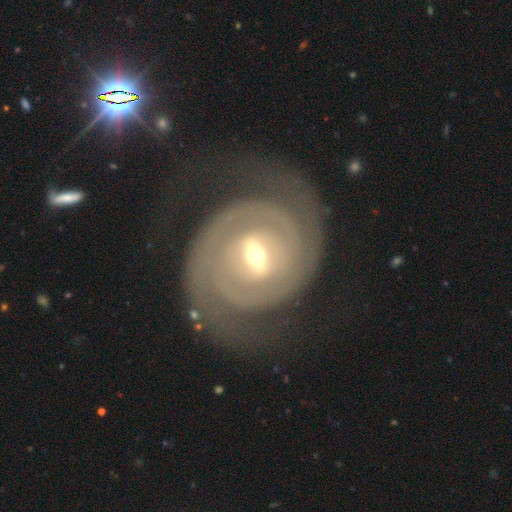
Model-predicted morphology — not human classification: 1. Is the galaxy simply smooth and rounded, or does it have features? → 86% featured or disk, 9% smooth, 5% star or artifact.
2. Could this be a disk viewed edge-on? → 96% no, 4% yes.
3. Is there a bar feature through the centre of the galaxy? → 45% weak, 35% strong, 20% no.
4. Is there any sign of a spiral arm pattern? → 86% yes, 14% no.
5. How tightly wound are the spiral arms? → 71% tight, 20% medium, 9% loose.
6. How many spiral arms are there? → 60% 2, 21% can't tell, 7% 1, 5% 3, 3% 4, 3% more than 4.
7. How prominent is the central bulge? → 61% moderate, 32% small, 5% large, 1% dominant, 1% none.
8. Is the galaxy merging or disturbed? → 66% none, 16% major disturbance, 16% minor disturbance, 2% merger.